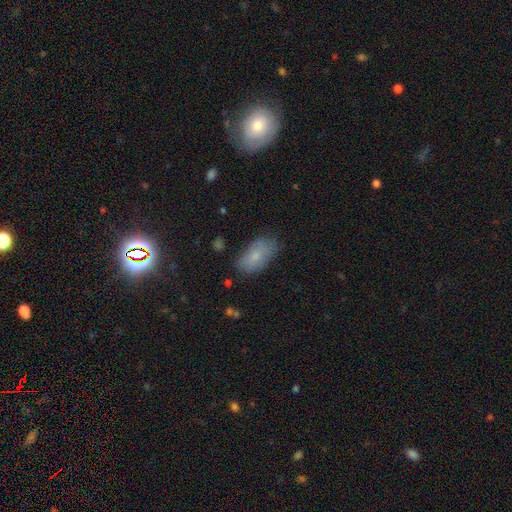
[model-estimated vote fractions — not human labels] This appears to be a smooth galaxy with no disk features (75%) that is in between round and cigar-shaped (92%). Merging: none (74%).